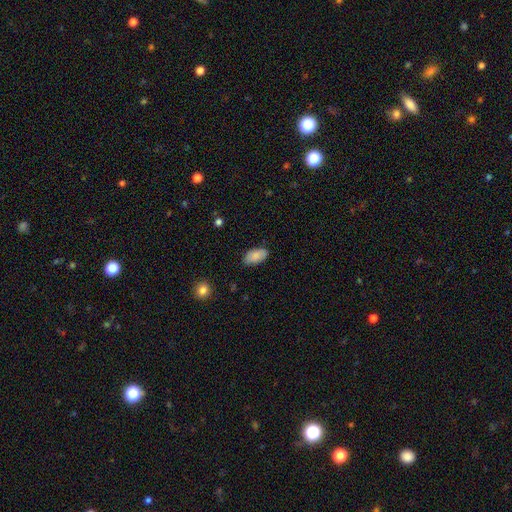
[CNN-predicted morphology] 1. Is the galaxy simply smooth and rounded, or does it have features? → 86% smooth, 8% featured or disk, 7% star or artifact.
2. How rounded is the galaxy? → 95% in between, 3% round, 2% cigar-shaped.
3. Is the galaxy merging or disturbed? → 81% none, 15% minor disturbance, 3% major disturbance, 1% merger.